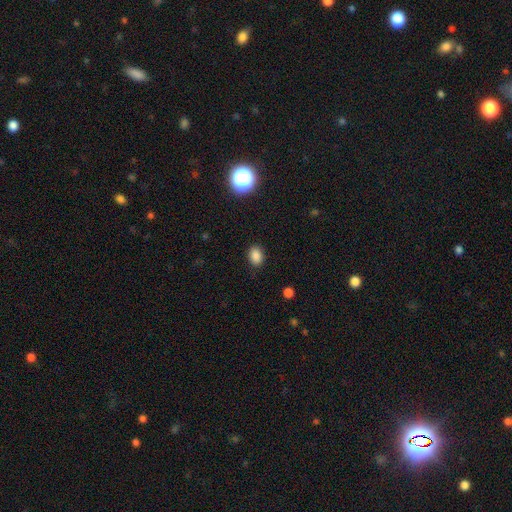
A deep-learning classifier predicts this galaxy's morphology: smooth-or-featured: smooth: 85% | star or artifact: 11% | featured or disk: 4%
  how-rounded: in between: 77% | round: 22% | cigar-shaped: 1%
  merging: none: 87% | minor disturbance: 9% | major disturbance: 3% | merger: 1%